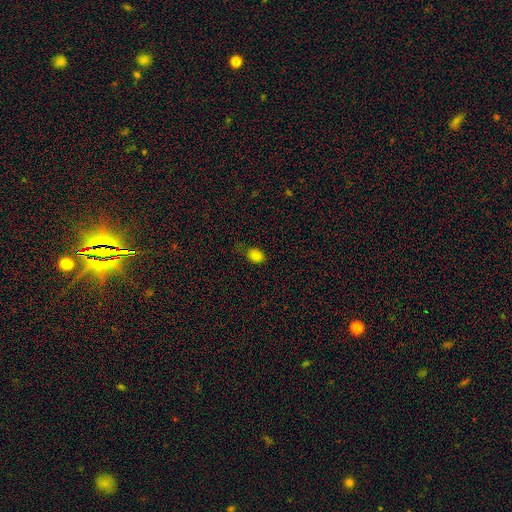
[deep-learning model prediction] Smooth or featured: smooth — 82% (star or artifact — 15%)
How rounded: in between — 70% (round — 28%)
Merging: none — 69% (minor disturbance — 23%)